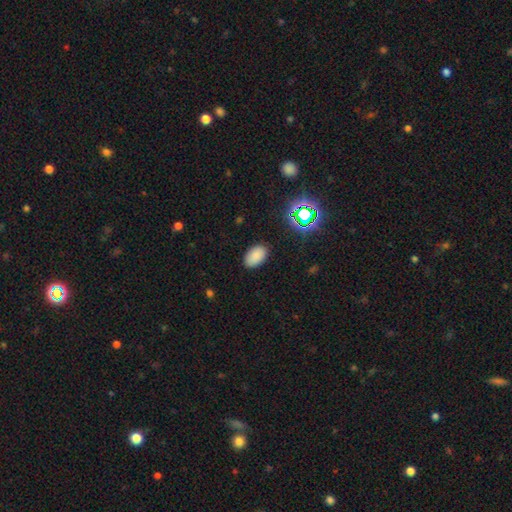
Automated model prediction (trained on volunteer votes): Smooth or featured? Predicted: smooth (p=0.83). How rounded? Predicted: in between (p=0.91). Merging? Predicted: none (p=0.87).